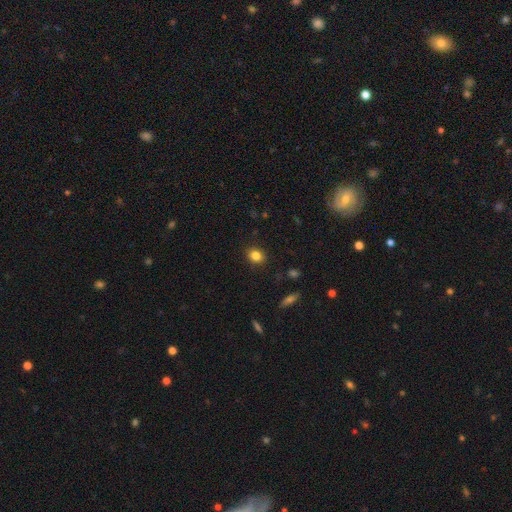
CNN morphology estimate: Smooth or featured? smooth (83%)
How rounded? round (59%)
Merging? none (88%)